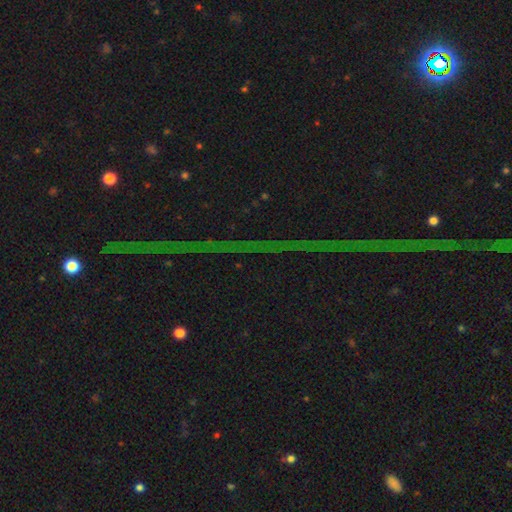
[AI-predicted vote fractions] This is likely a star or artifact rather than a galaxy (79%).